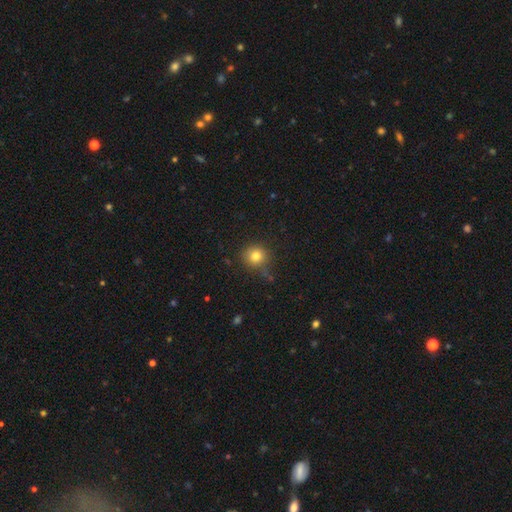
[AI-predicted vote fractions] Q: Smooth or featured?
A: smooth (80%); runner-up: star or artifact (13%)
Q: How rounded?
A: round (90%); runner-up: in between (9%)
Q: Merging?
A: none (80%); runner-up: minor disturbance (14%)